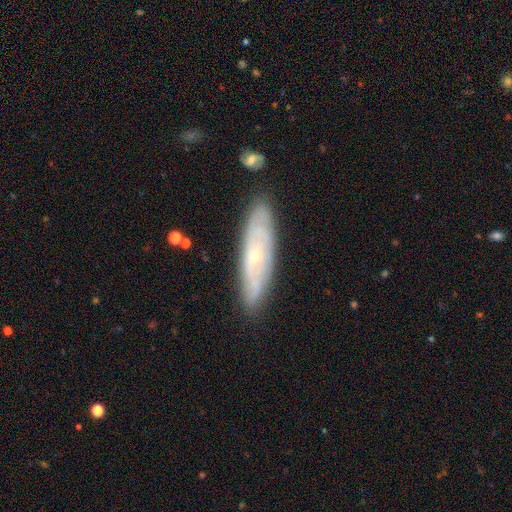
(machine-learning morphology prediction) smooth-or-featured: featured or disk: 62% | smooth: 31% | star or artifact: 7%
  disk-edge-on: no: 64% | yes: 36%
  merging: none: 83% | minor disturbance: 12% | major disturbance: 2% | merger: 2%